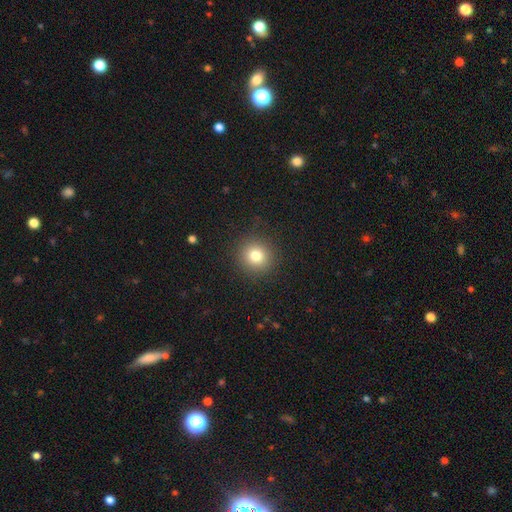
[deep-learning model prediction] smooth-or-featured: smooth: 79% | star or artifact: 13% | featured or disk: 8%
  how-rounded: round: 93% | in between: 6% | cigar-shaped: 1%
  merging: none: 90% | minor disturbance: 6% | major disturbance: 3% | merger: 1%